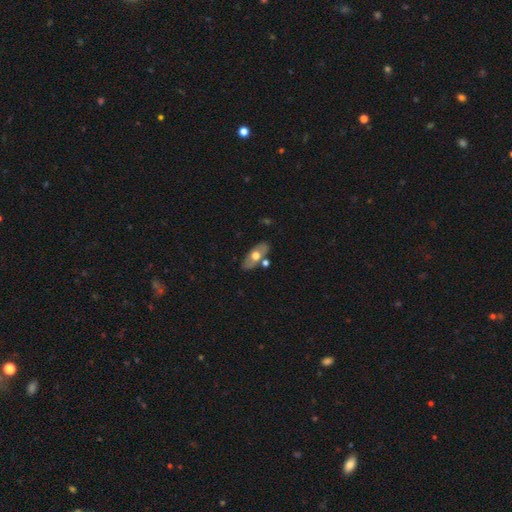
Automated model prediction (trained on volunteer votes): Overall: smooth (50%; featured or disk 44%). Merging: none (76%).